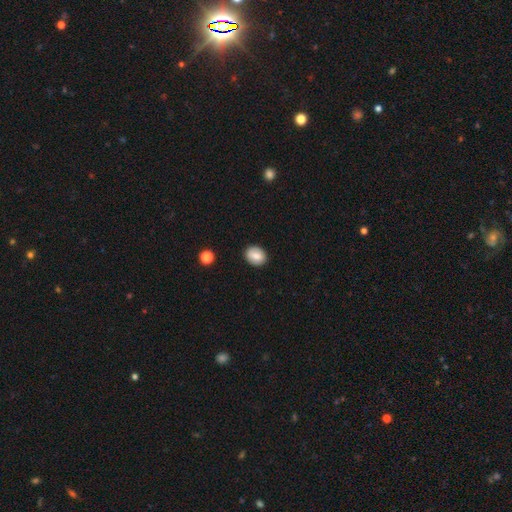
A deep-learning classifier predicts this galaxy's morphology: This appears to be a smooth galaxy with no disk features (81%) that is round (52%). Merging: none (89%).